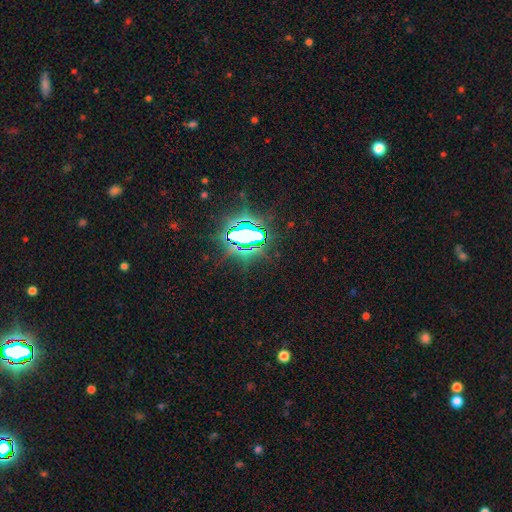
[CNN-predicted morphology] A star or artifact, not a galaxy (85%).

Vote fractions:
- Smooth or featured? star or artifact: 85% / smooth: 9% / featured or disk: 6%